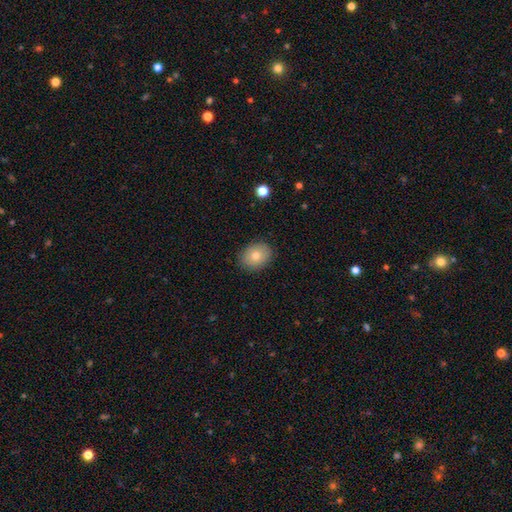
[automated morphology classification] This appears to be a smooth galaxy with no disk features (77%) that is in between round and cigar-shaped (60%). Merging: none (89%).